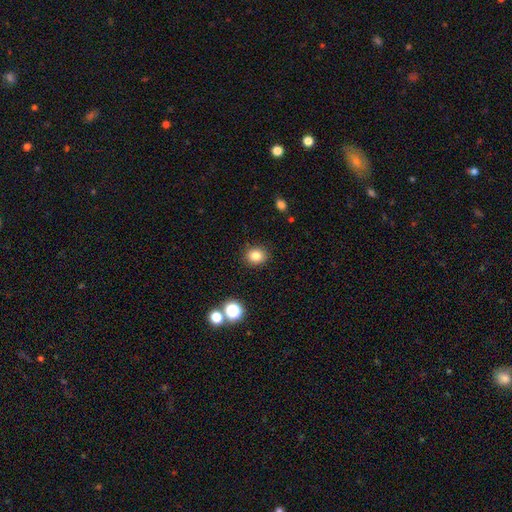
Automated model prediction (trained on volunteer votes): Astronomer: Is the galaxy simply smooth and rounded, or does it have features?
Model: smooth — 83%.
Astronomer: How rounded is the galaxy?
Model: round — 70%.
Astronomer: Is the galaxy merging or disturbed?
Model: none — 88%.